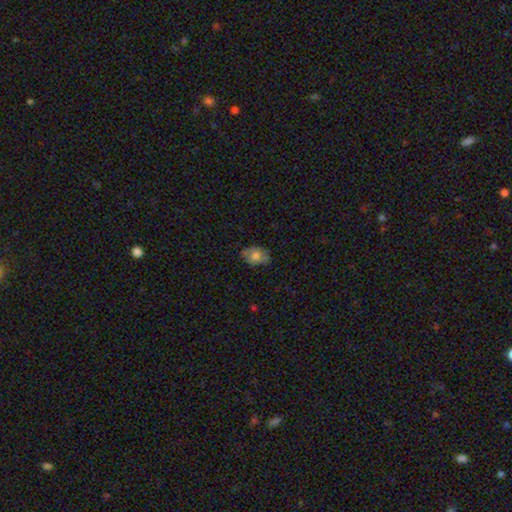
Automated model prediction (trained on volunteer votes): Smooth or featured: smooth — 66% (featured or disk — 26%)
How rounded: in between — 80% (round — 18%)
Merging: none — 73% (minor disturbance — 21%)